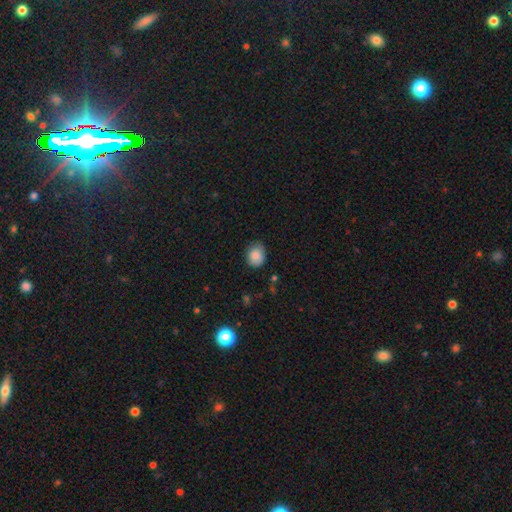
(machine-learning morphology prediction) This is clearly a smooth galaxy (85%). How rounded: possibly round (51%). Merging: likely none (70%).